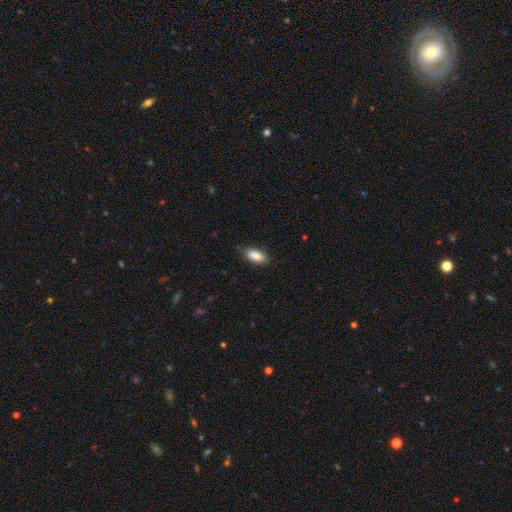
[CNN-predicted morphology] A smooth galaxy with no disk features (86%) that is in between round and cigar-shaped (88%).

Vote fractions:
- Smooth or featured? smooth: 86% / featured or disk: 7% / star or artifact: 7%
- How rounded? in between: 88% / cigar-shaped: 9% / round: 3%
- Merging? none: 83% / minor disturbance: 14% / major disturbance: 3% / merger: 1%